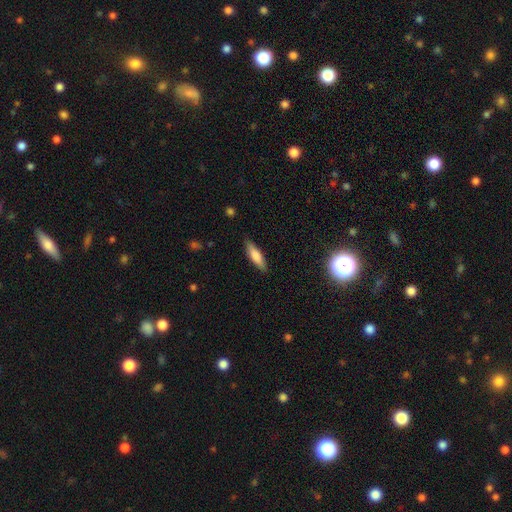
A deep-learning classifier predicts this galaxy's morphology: This appears to be a smooth galaxy with no disk features (71%) that is cigar-shaped (63%). Merging: none (87%).